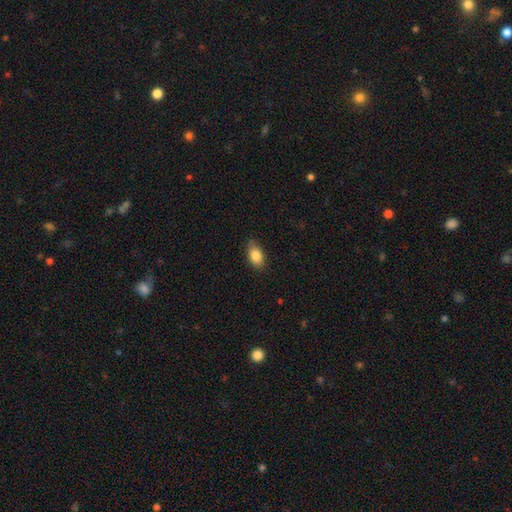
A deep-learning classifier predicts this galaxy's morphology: A smooth galaxy with no disk features (85%) that is in between round and cigar-shaped (88%). Merging: none (77%).